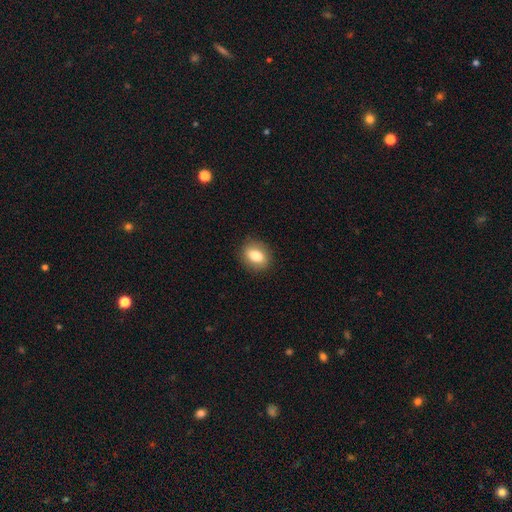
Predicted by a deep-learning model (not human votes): smooth_or_featured: smooth (p=0.80) [alt: featured or disk p=0.12]
how_rounded: in between (p=0.56) [alt: round p=0.42]
merging: none (p=0.88) [alt: minor disturbance p=0.09]